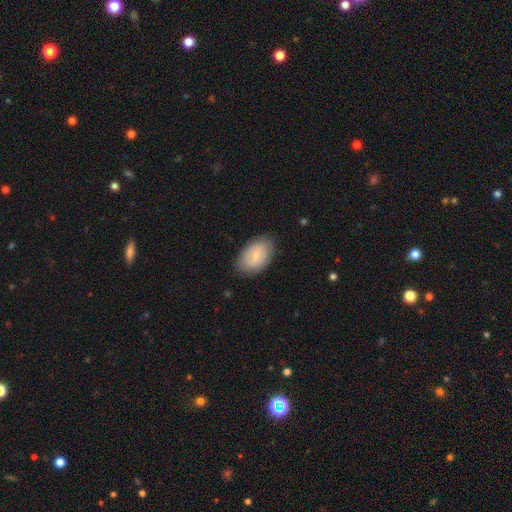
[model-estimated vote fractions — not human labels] This appears to be a smooth galaxy with no disk features (62%) that is in between round and cigar-shaped (90%). Merging: none (83%).